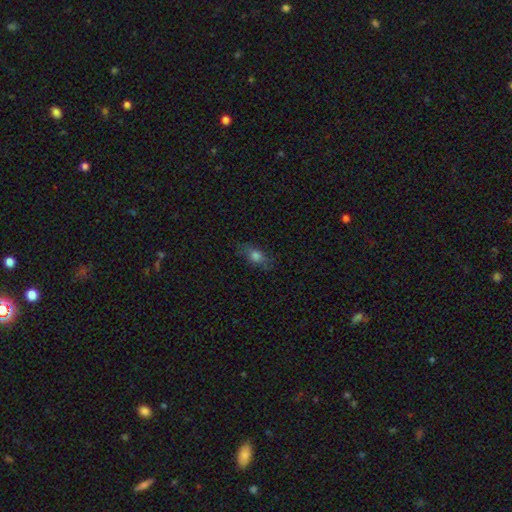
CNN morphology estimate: Q: Smooth or featured?
A: smooth (71%); runner-up: featured or disk (18%)
Q: How rounded?
A: in between (74%); runner-up: cigar-shaped (16%)
Q: Merging?
A: none (78%); runner-up: minor disturbance (17%)